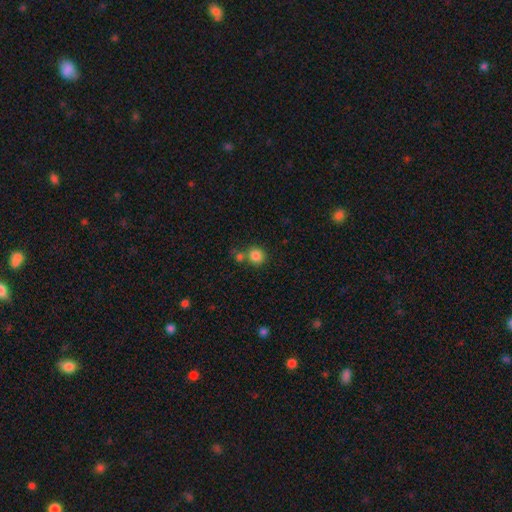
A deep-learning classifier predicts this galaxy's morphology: This appears to be a smooth galaxy with no disk features (85%) that is round (88%). Merging: none (66%).